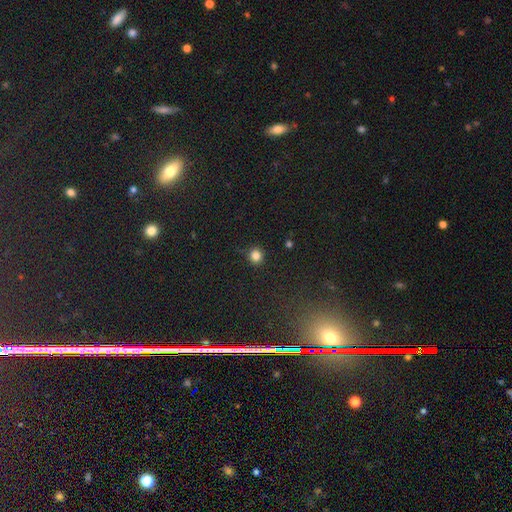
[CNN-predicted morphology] The model was most divided on "smooth or featured": smooth: 83%, star or artifact: 13%, featured or disk: 4%. More confident: how rounded — round (93%); merging — none (89%).